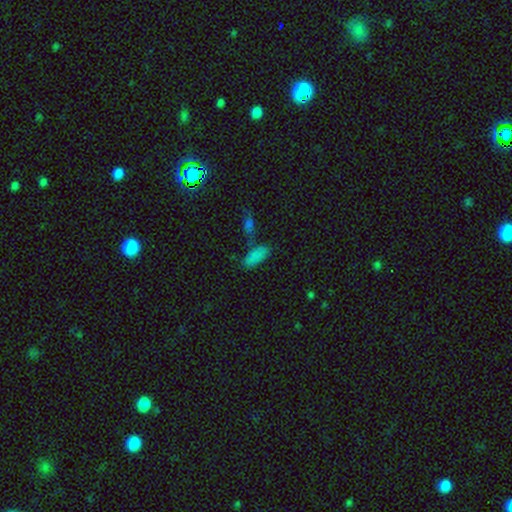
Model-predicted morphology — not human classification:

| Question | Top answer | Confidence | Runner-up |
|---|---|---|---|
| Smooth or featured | smooth | 78% | star or artifact (16%) |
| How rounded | in between | 80% | cigar-shaped (17%) |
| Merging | none | 59% | merger (19%) |